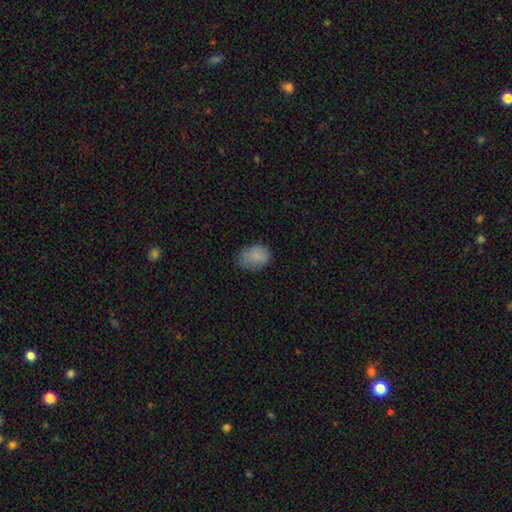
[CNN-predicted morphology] A smooth galaxy with no disk features (84%) that is in between round and cigar-shaped (70%).

Vote fractions:
- Smooth or featured? smooth: 84% / star or artifact: 8% / featured or disk: 7%
- How rounded? in between: 70% / round: 29% / cigar-shaped: 1%
- Merging? none: 69% / minor disturbance: 24% / major disturbance: 6% / merger: 1%